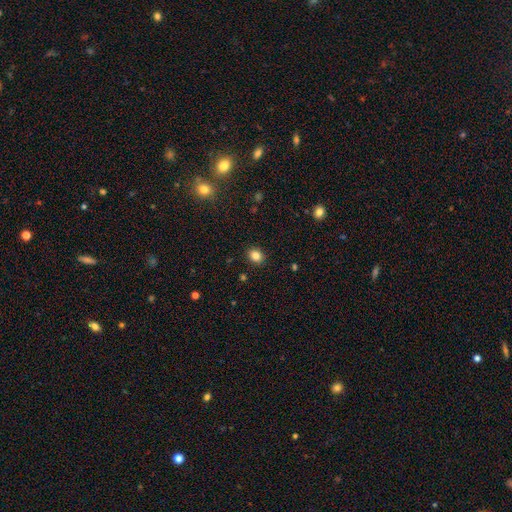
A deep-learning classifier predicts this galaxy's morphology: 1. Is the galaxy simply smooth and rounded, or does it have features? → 84% smooth, 11% star or artifact, 5% featured or disk.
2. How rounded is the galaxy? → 61% round, 38% in between, 1% cigar-shaped.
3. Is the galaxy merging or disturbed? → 90% none, 7% minor disturbance, 2% major disturbance, 1% merger.